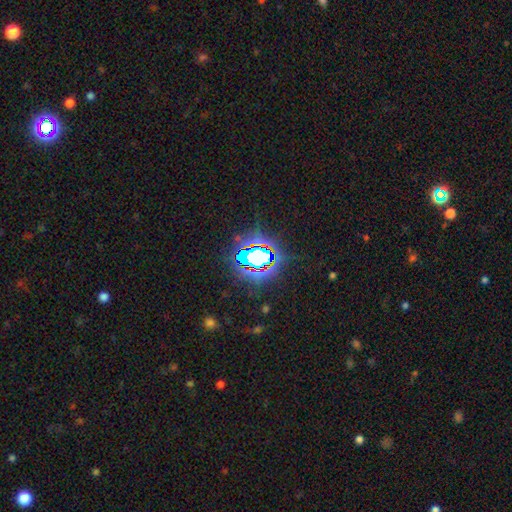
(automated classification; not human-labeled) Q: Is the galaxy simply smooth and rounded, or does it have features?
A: star or artifact — 72%.